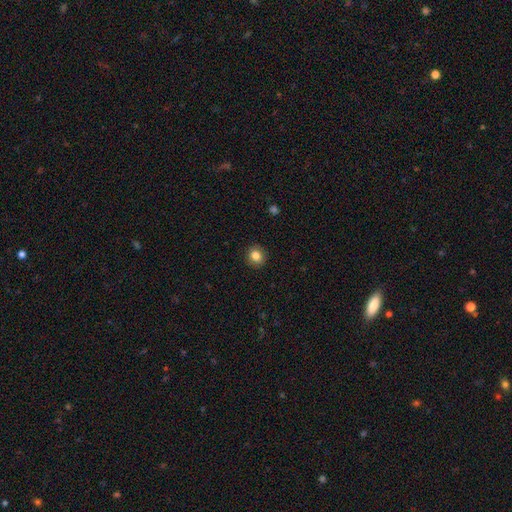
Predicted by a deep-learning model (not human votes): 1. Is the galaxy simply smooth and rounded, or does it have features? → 84% smooth, 10% star or artifact, 6% featured or disk.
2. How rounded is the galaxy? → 85% round, 14% in between, 1% cigar-shaped.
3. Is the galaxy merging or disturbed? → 91% none, 6% minor disturbance, 2% major disturbance, 1% merger.